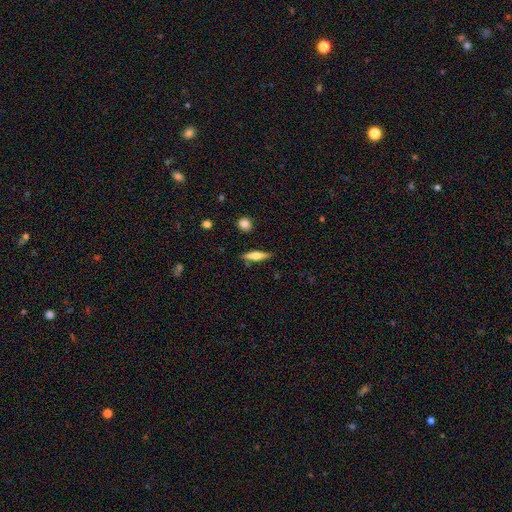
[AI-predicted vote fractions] This is possibly a smooth galaxy (52%). How rounded: likely cigar-shaped (77%). Merging: clearly none (84%).